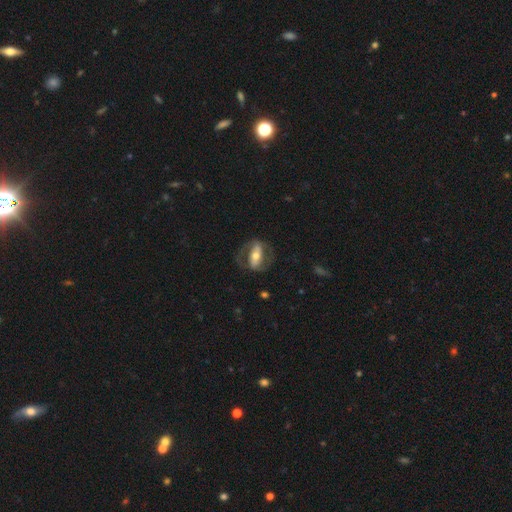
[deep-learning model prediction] Smooth or featured?
  - featured or disk: 70% *
  - smooth: 25%
  - star or artifact: 6%
Edge-on disk?
  - no: 92% *
  - yes: 8%
Bar?
  - strong: 55% *
  - weak: 23%
  - no: 22%
Spiral arms?
  - yes: 69% *
  - no: 31%
Bulge size?
  - moderate: 63% *
  - small: 22%
  - large: 12%
  - dominant: 2%
  - none: 1%
Merging?
  - none: 67% *
  - major disturbance: 17%
  - minor disturbance: 15%
  - merger: 1%